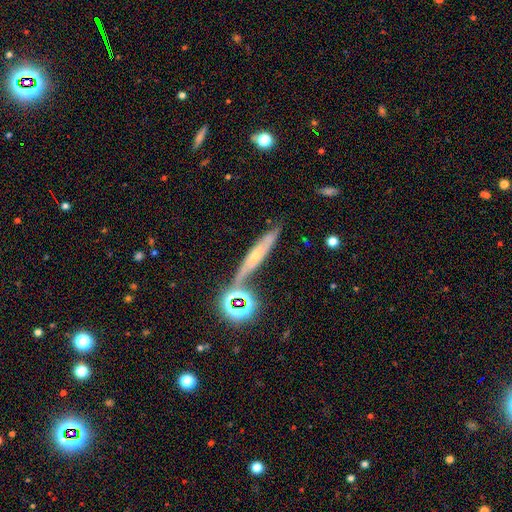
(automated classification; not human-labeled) This is marginally a featured or disk galaxy (44%). Merging: likely none (62%).